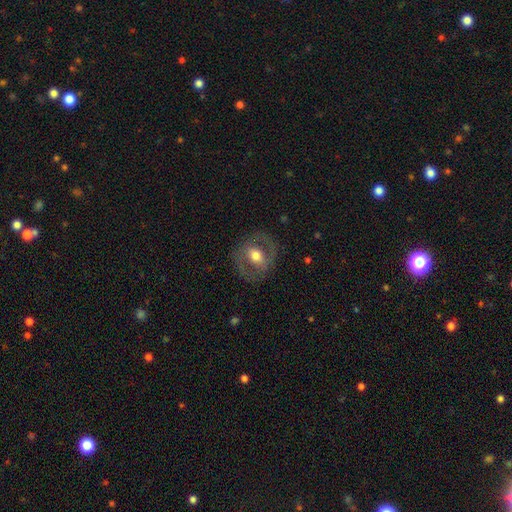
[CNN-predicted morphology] Smooth or featured? featured or disk (57%)
Edge-on disk? no (94%)
Bar? no (45%)
Spiral arms? no (64%)
Bulge size? moderate (67%)
Merging? none (78%)